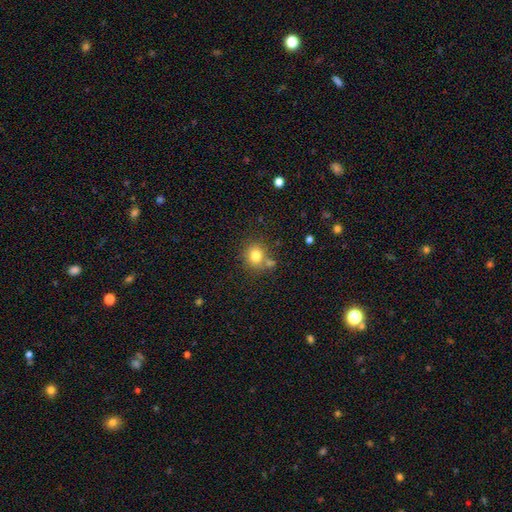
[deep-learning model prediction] smooth 79%, star or artifact 12%, featured or disk 9%. Down the decision tree: how rounded — round (83%); merging — none (69%).